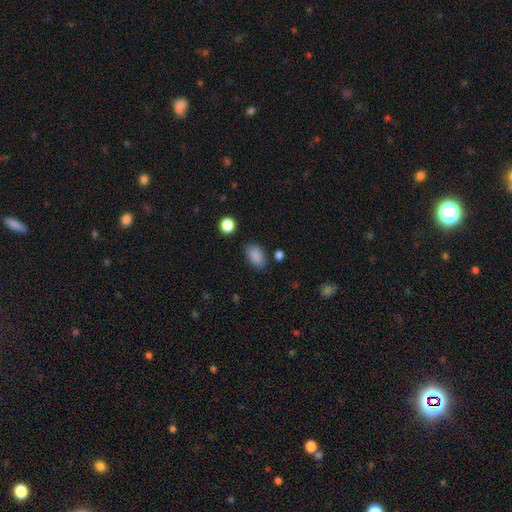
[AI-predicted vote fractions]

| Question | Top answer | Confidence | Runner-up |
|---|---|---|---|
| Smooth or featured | smooth | 88% | star or artifact (8%) |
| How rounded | in between | 92% | round (6%) |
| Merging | none | 82% | minor disturbance (12%) |